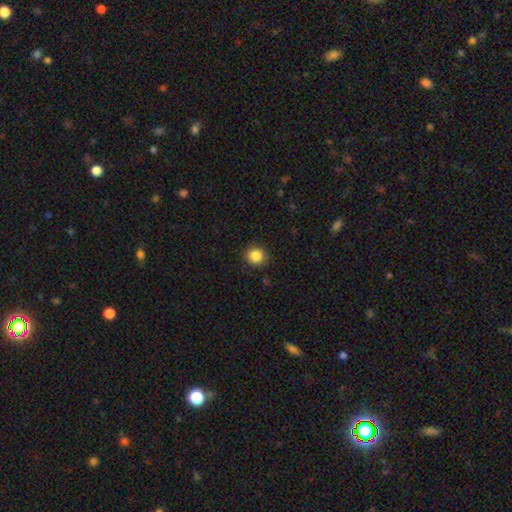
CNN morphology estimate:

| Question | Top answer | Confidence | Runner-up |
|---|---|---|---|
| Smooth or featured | smooth | 86% | star or artifact (10%) |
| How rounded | round | 91% | in between (8%) |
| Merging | none | 91% | minor disturbance (6%) |